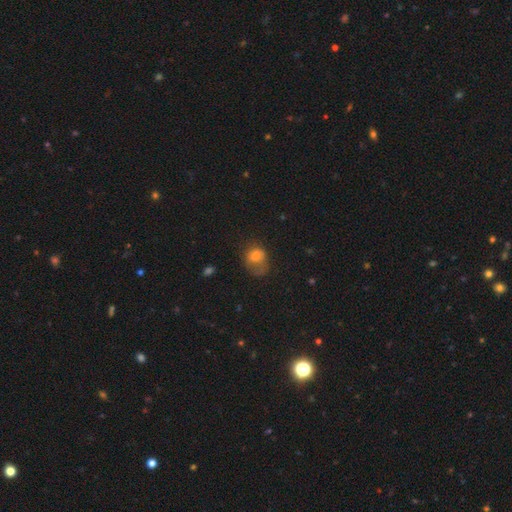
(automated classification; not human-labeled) Smooth or featured? Predicted: smooth (p=0.62). How rounded? Predicted: in between (p=0.55). Merging? Predicted: major disturbance (p=0.38).